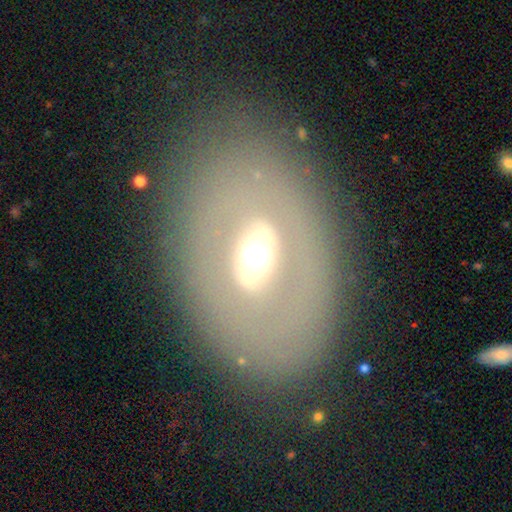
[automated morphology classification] Smooth or featured? Predicted: featured or disk (p=0.56). Edge-on disk? Predicted: no (p=0.89). Merging? Predicted: none (p=0.80).